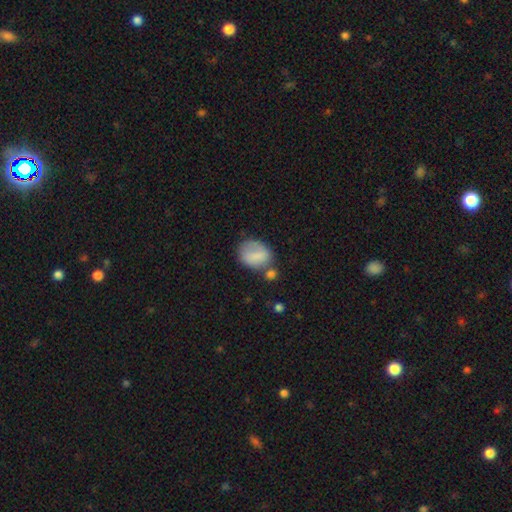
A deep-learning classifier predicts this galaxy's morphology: This is likely a smooth galaxy (77%). How rounded: possibly in between (55%). Merging: possibly none (53%).